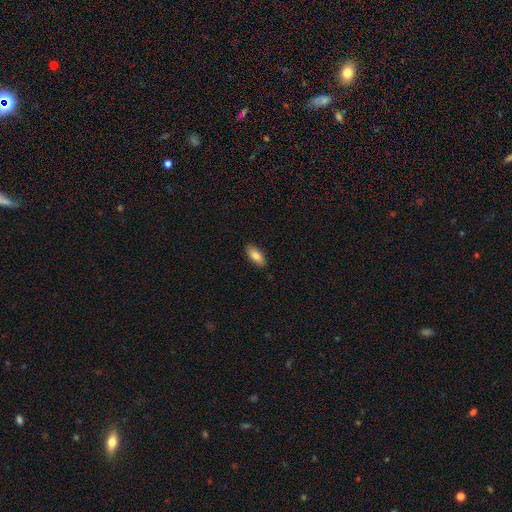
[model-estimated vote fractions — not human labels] A smooth galaxy with no disk features (84%) that is in between round and cigar-shaped (83%). Merging: none (88%).